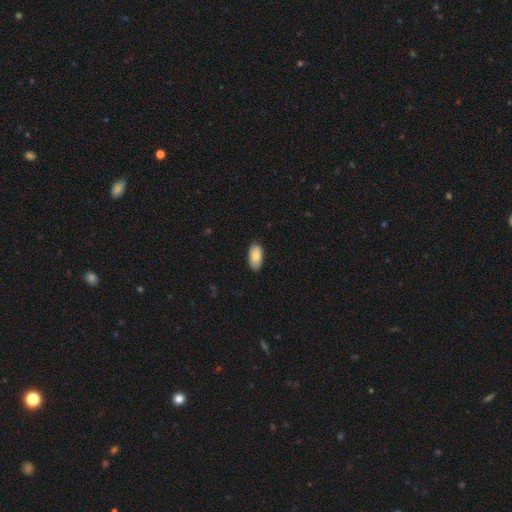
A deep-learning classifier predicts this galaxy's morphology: Smooth or featured: smooth — 83% (featured or disk — 11%)
How rounded: in between — 94% (cigar-shaped — 4%)
Merging: none — 82% (minor disturbance — 15%)